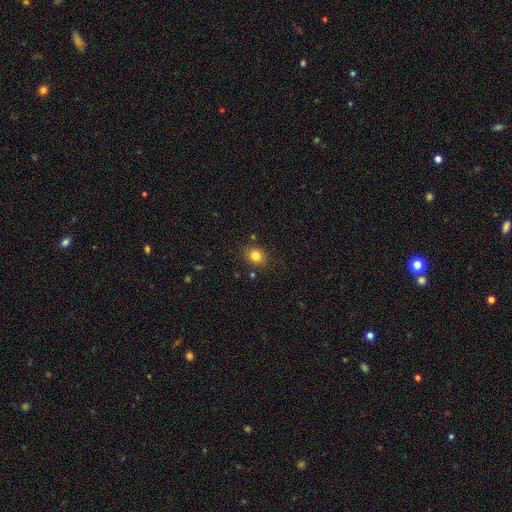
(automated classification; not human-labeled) Q: Smooth or featured?
A: smooth (82%); runner-up: star or artifact (11%)
Q: How rounded?
A: round (63%); runner-up: in between (36%)
Q: Merging?
A: none (82%); runner-up: minor disturbance (12%)